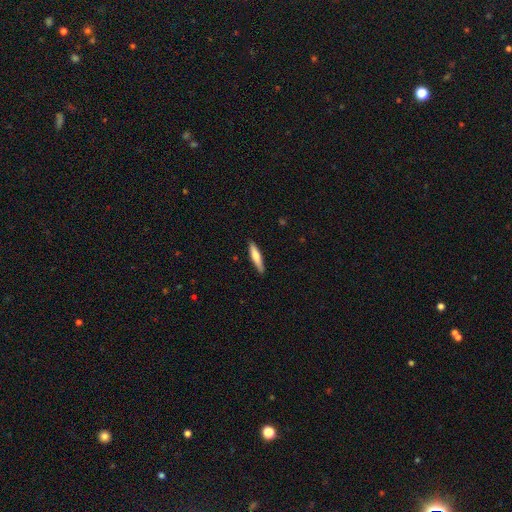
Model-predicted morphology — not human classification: A smooth galaxy with no disk features (69%) that is cigar-shaped (85%). Merging: none (87%).